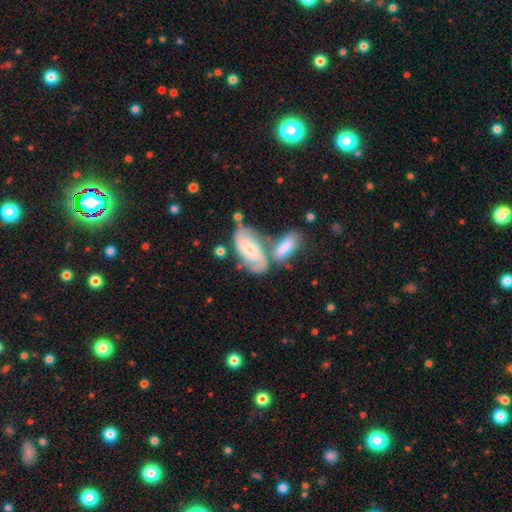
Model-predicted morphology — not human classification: featured or disk 64%, smooth 25%, star or artifact 11%. Down the decision tree: edge-on disk — no (90%); bar — no (57%); spiral arms — yes (89%); spiral arm count — 2 (61%); spiral winding — tight (46%); bulge size — small (55%); merging — none (43%).